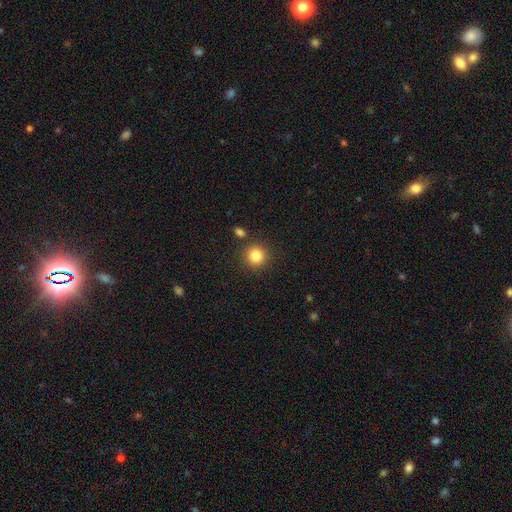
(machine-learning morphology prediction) Q: Smooth or featured?
A: smooth (84%); runner-up: star or artifact (11%)
Q: How rounded?
A: round (92%); runner-up: in between (7%)
Q: Merging?
A: none (85%); runner-up: minor disturbance (7%)